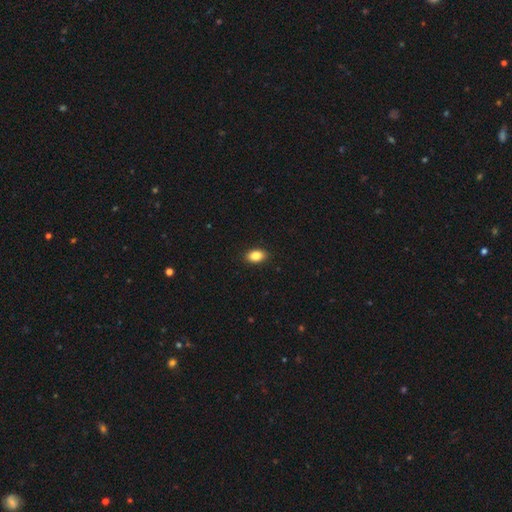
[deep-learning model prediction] Smooth or featured? smooth (87%)
How rounded? in between (87%)
Merging? none (90%)